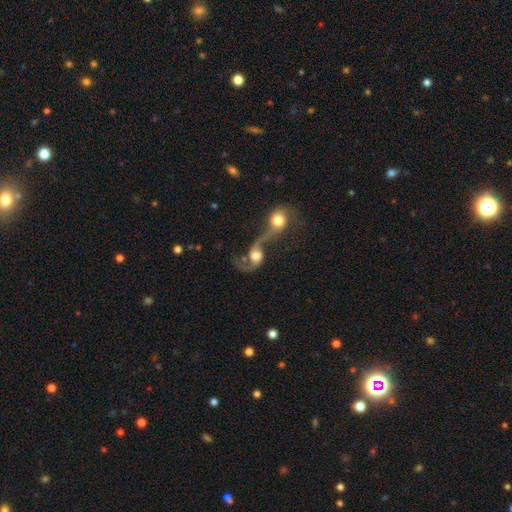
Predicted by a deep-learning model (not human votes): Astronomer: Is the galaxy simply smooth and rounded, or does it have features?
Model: featured or disk — 70%.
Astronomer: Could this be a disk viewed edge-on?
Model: no — 96%.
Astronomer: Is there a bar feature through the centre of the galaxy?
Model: no — 65%.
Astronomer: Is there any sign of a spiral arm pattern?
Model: yes — 87%.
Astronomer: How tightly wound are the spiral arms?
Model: loose — 77%.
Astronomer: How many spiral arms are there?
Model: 2 — 81%.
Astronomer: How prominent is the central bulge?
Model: moderate — 43% (runner-up: large, 38%).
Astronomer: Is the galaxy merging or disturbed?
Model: merger — 69%.